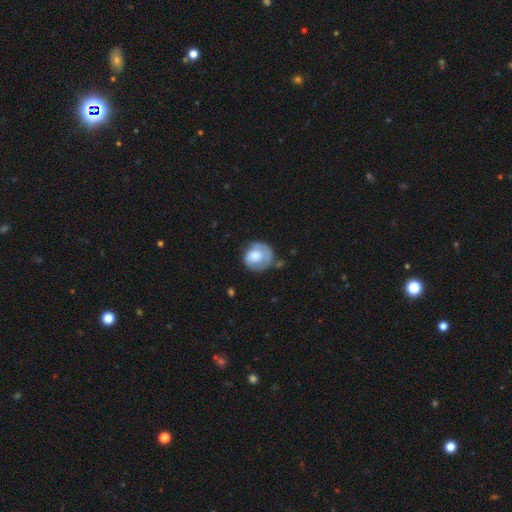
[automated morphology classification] type=smooth (51%); roundness=round (80%); merging=none (57%).